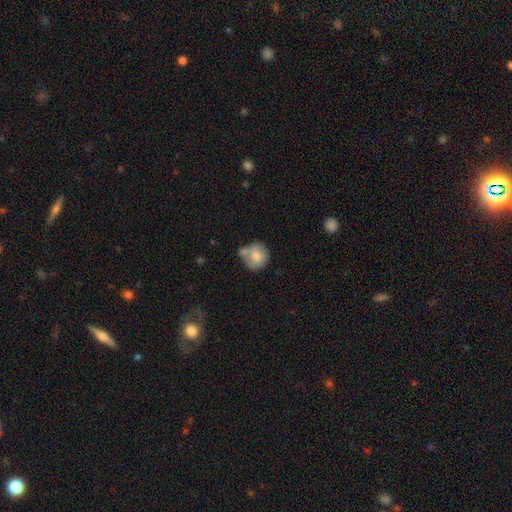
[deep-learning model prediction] The model was most divided on "merging": none: 45%, merger: 29%, minor disturbance: 19%, major disturbance: 7%. More confident: how rounded — round (83%); smooth or featured — smooth (72%).